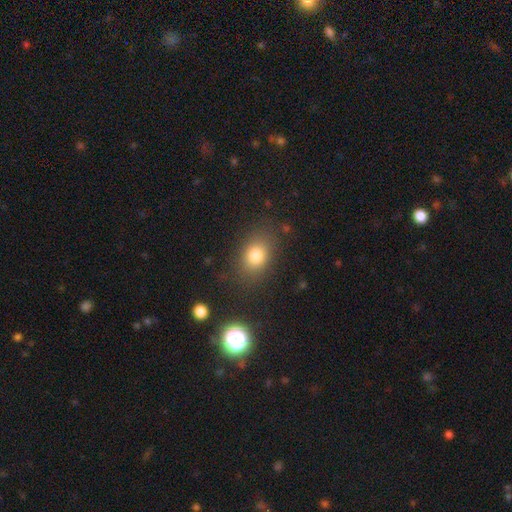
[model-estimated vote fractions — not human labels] Smooth or featured? Predicted: smooth (p=0.79). How rounded? Predicted: in between (p=0.64). Merging? Predicted: none (p=0.80).